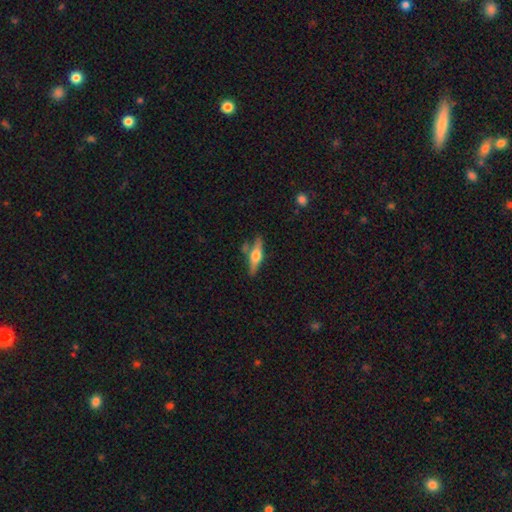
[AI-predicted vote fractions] Smooth or featured: featured or disk — 60% (smooth — 34%)
Edge-on disk: yes — 94% (no — 6%)
Edge-on bulge: rounded — 94% (boxy — 4%)
Merging: none — 74% (minor disturbance — 14%)